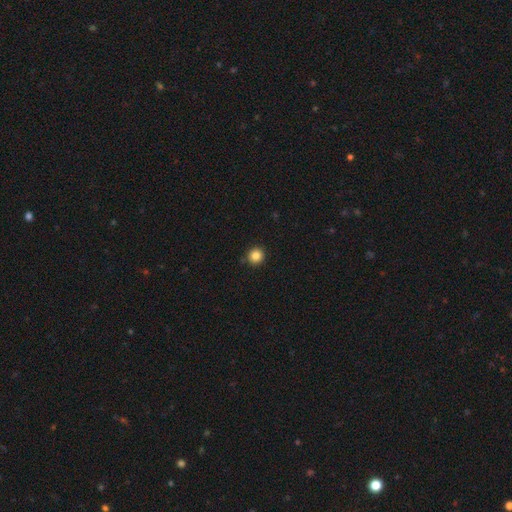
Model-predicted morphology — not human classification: Q: Smooth or featured?
A: smooth (84%); runner-up: star or artifact (11%)
Q: How rounded?
A: round (93%); runner-up: in between (6%)
Q: Merging?
A: none (89%); runner-up: minor disturbance (8%)